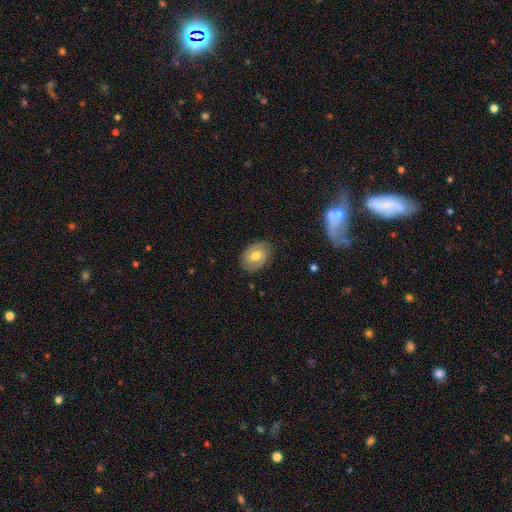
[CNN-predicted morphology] Smooth or featured: smooth — 62% (featured or disk — 29%)
How rounded: in between — 63% (round — 36%)
Merging: none — 81% (minor disturbance — 15%)